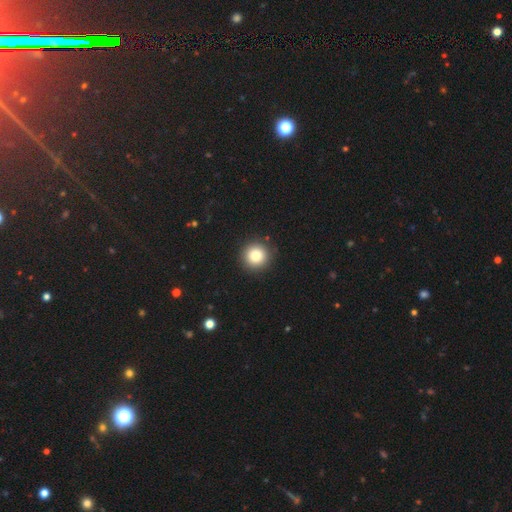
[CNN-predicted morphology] This is clearly a smooth galaxy (83%). How rounded: clearly round (94%). Merging: clearly none (91%).